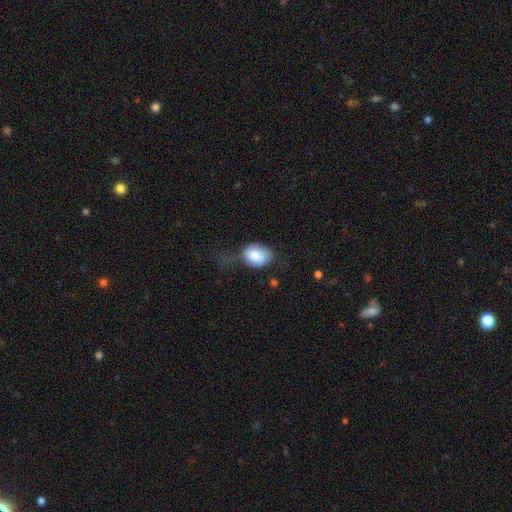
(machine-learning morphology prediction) A smooth galaxy with no disk features (83%) that is in between round and cigar-shaped (69%). Merging: minor disturbance (35%).